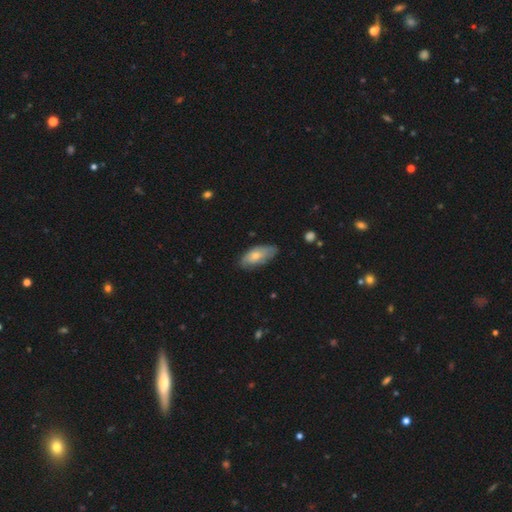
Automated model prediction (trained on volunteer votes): This is possibly a smooth galaxy (58%). How rounded: clearly in between (89%). Merging: likely none (67%).